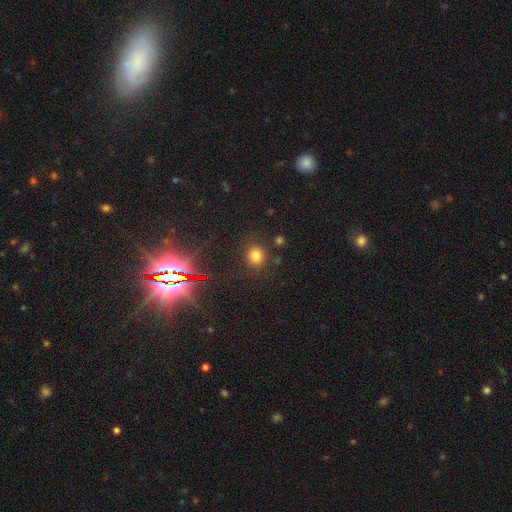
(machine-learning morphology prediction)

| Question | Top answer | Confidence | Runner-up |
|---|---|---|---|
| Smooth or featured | smooth | 74% | star or artifact (19%) |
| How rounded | round | 84% | in between (15%) |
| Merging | none | 83% | minor disturbance (9%) |